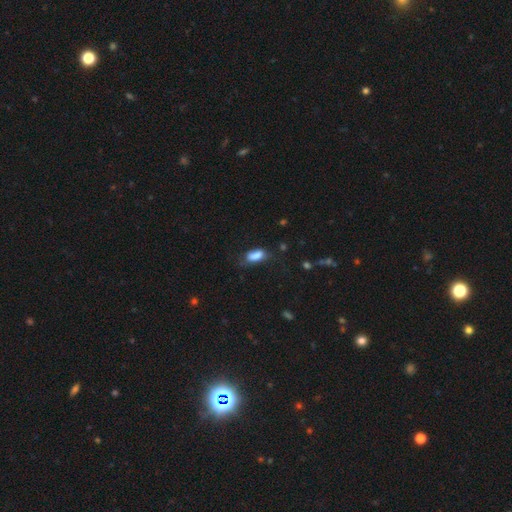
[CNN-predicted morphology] Overall: smooth (82%). How rounded: in between (84%). Merging: none (52%; minor disturbance 30%).